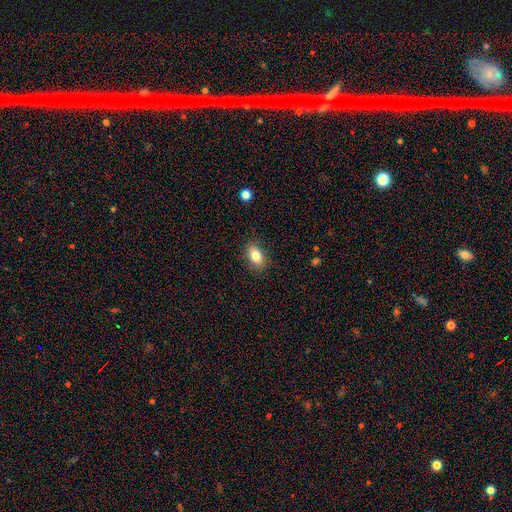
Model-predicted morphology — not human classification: smooth 80%, featured or disk 12%, star or artifact 8%. Down the decision tree: how rounded — in between (86%); merging — none (85%).